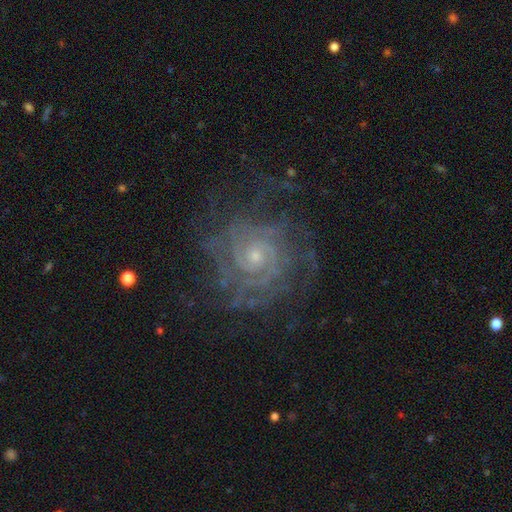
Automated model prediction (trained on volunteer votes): Smooth or featured? Predicted: featured or disk (p=0.87). Edge-on disk? Predicted: no (p=0.97). Bar? Predicted: no (p=0.74). Spiral arms? Predicted: yes (p=0.96). Spiral winding? Predicted: tight (p=0.74). Spiral arm count? Predicted: can't tell (p=0.32). Bulge size? Predicted: small (p=0.68). Merging? Predicted: none (p=0.67).